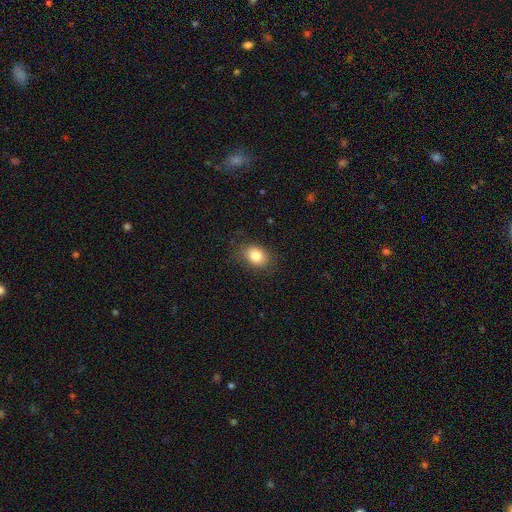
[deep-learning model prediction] Smooth or featured? smooth (82%)
How rounded? in between (63%)
Merging? none (81%)